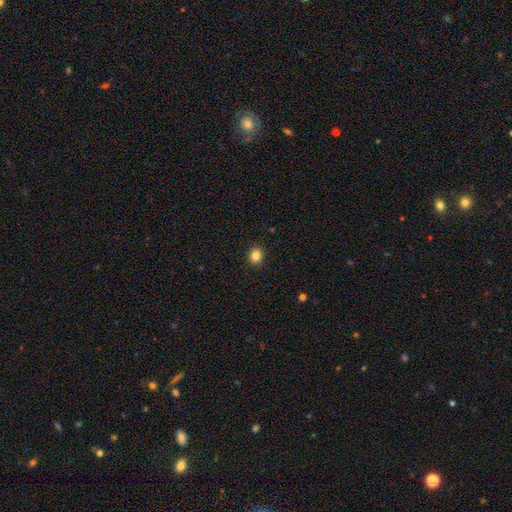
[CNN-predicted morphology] This is clearly a smooth galaxy (84%). How rounded: likely round (68%). Merging: clearly none (91%).